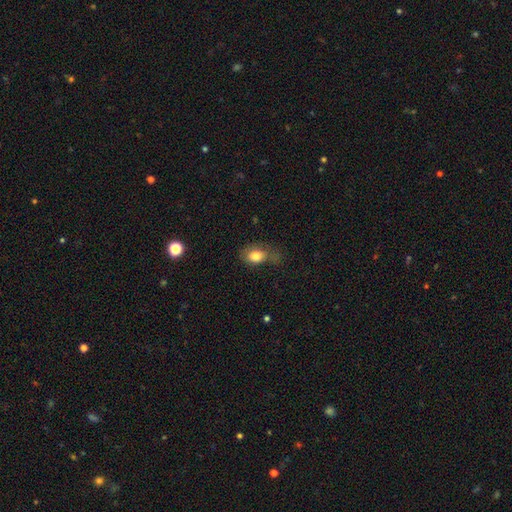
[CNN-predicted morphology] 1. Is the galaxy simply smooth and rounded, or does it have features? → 78% smooth, 13% featured or disk, 8% star or artifact.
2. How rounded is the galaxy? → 78% in between, 20% round, 2% cigar-shaped.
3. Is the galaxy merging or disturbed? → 40% none, 32% minor disturbance, 24% major disturbance, 4% merger.